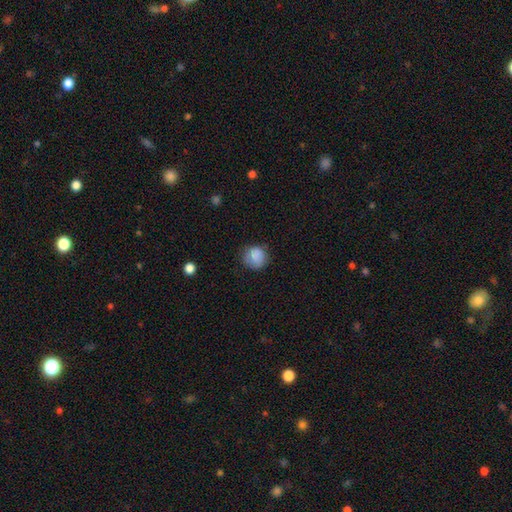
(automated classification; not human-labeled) Overall: smooth (84%). How rounded: round (83%). Merging: none (71%).